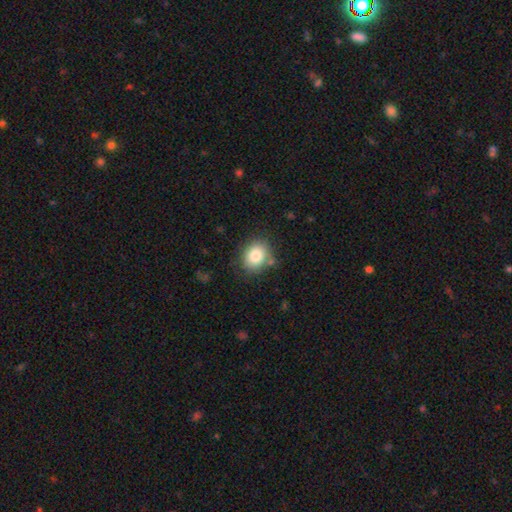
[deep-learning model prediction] smooth-or-featured: smooth: 82% | star or artifact: 9% | featured or disk: 9%
  how-rounded: round: 55% | in between: 44% | cigar-shaped: 1%
  merging: none: 80% | minor disturbance: 13% | major disturbance: 4% | merger: 4%